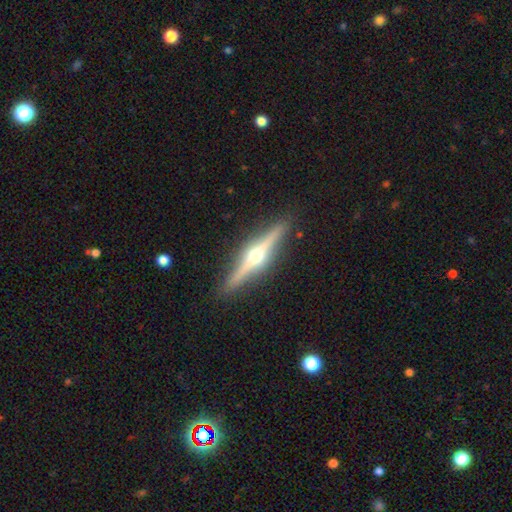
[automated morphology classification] Smooth or featured?
  - featured or disk: 82% *
  - smooth: 13%
  - star or artifact: 5%
Edge-on disk?
  - yes: 98% *
  - no: 2%
Edge-on bulge?
  - rounded: 96% *
  - boxy: 2%
  - none: 2%
Merging?
  - none: 91% *
  - minor disturbance: 6%
  - major disturbance: 1%
  - merger: 1%